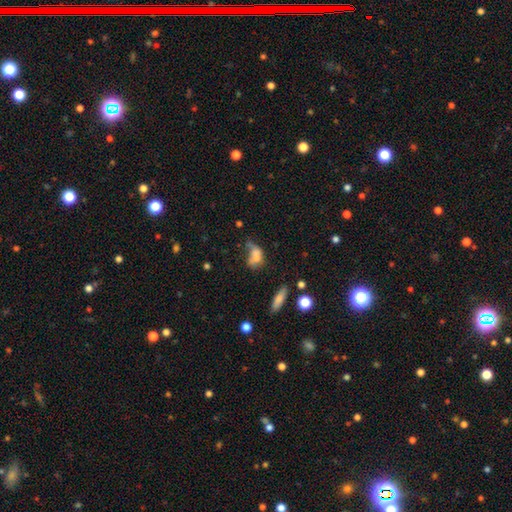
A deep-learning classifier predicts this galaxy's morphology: A smooth galaxy with no disk features (66%) that is in between round and cigar-shaped (77%). Merging: none (26%, tied with merger and major disturbance).